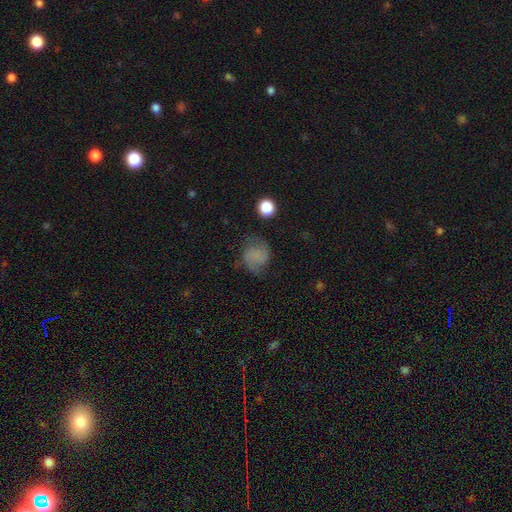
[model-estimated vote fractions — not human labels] Smooth or featured: smooth — 48% (featured or disk — 38%)
Merging: none — 62% (minor disturbance — 23%)